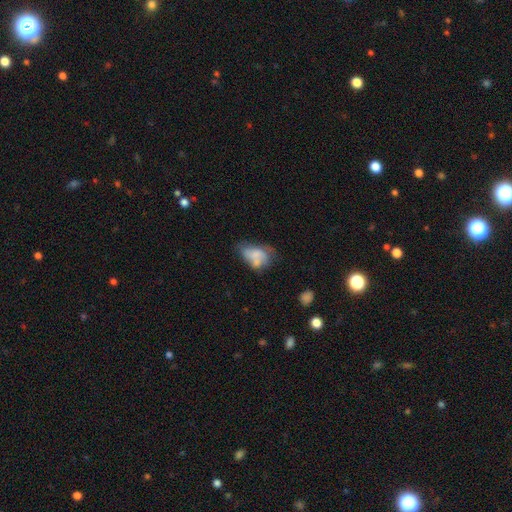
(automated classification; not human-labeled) A smooth galaxy with no disk features (61%) that is in between round and cigar-shaped (85%). Merging: none (27%, tied with minor disturbance).